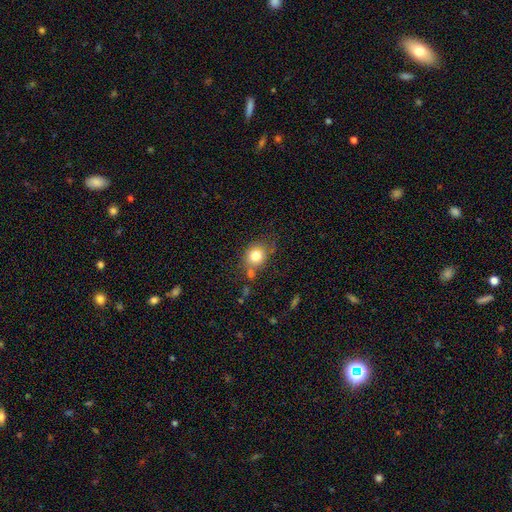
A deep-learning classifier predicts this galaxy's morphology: Overall: smooth (78%). How rounded: round (74%). Merging: none (58%; minor disturbance 20%).